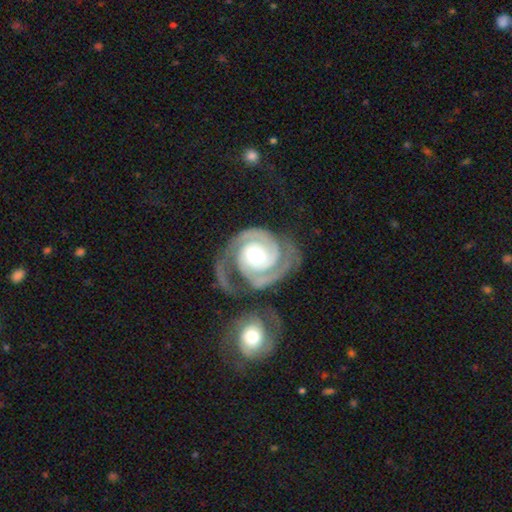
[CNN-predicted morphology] type=featured or disk (93%); edge-on=no (98%); bar=no (64%); spiral arms=yes (98%); winding=tight (70%); arm count=2 (83%); bulge=moderate (72%); merging=none (53%).